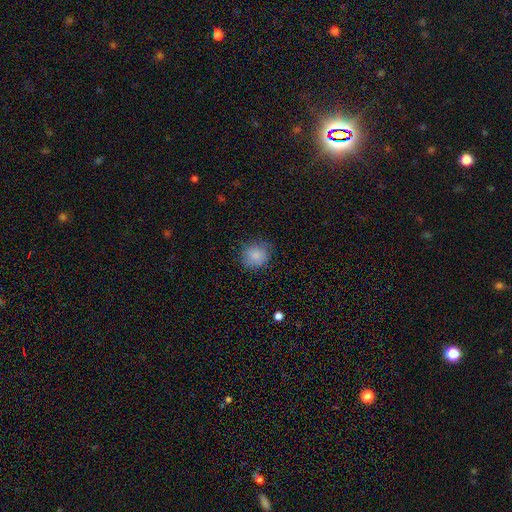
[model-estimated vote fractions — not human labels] Overall: smooth (83%). How rounded: round (82%). Merging: none (77%).